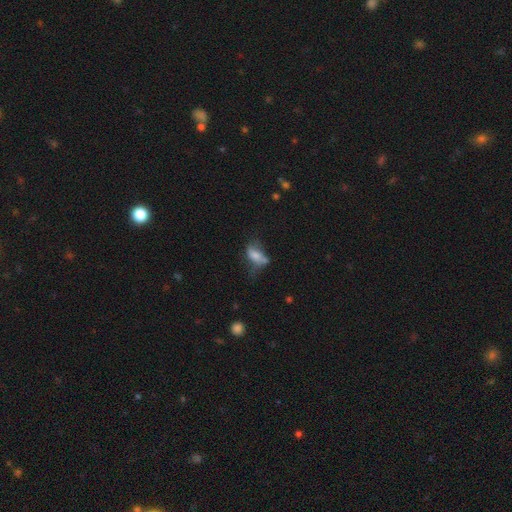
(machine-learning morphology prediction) type=smooth (59%); roundness=in between (85%); merging=major disturbance (31%).